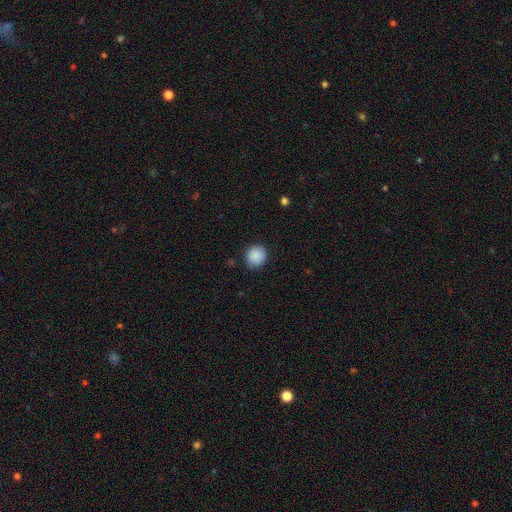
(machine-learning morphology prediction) smooth 89%, star or artifact 8%, featured or disk 3%. Down the decision tree: how rounded — round (89%); merging — none (89%).